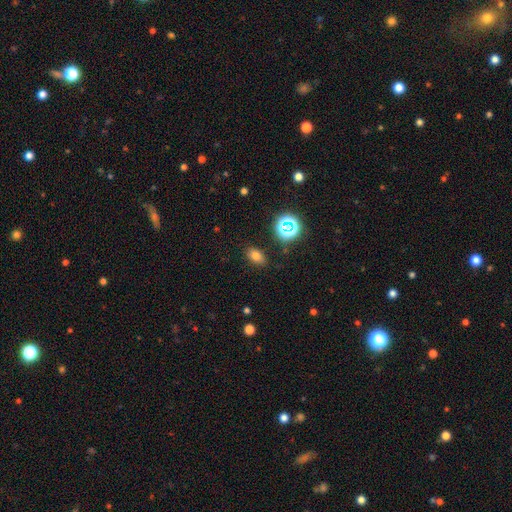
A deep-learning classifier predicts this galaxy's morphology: smooth-or-featured: smooth: 73% | star or artifact: 19% | featured or disk: 8%
  how-rounded: in between: 83% | round: 15% | cigar-shaped: 2%
  merging: none: 85% | minor disturbance: 10% | major disturbance: 3% | merger: 2%